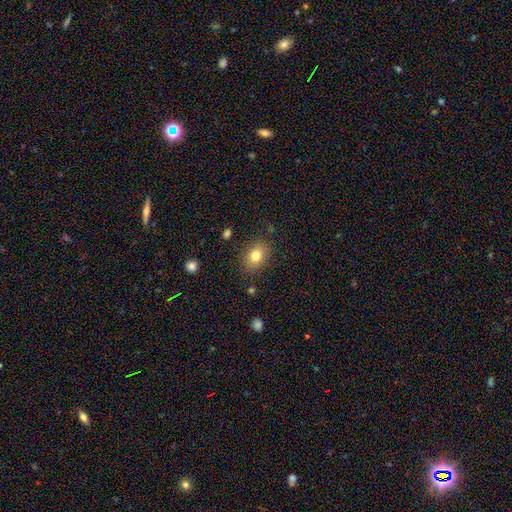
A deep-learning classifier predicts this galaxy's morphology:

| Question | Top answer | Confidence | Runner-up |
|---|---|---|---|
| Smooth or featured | smooth | 79% | star or artifact (11%) |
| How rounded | in between | 63% | round (36%) |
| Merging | none | 84% | minor disturbance (11%) |